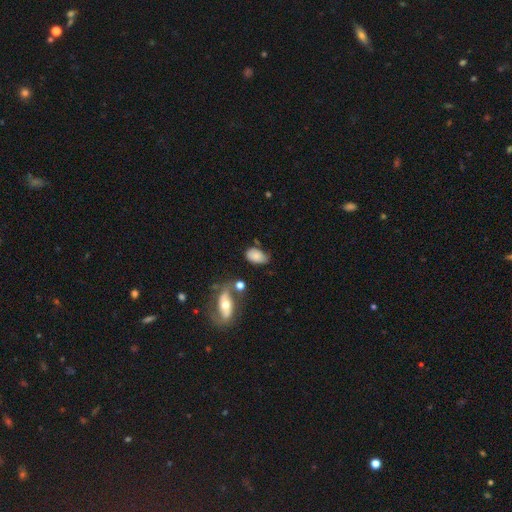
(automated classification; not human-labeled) Morphology: type=smooth (75%); roundness=in between (91%); merging=none (51%).